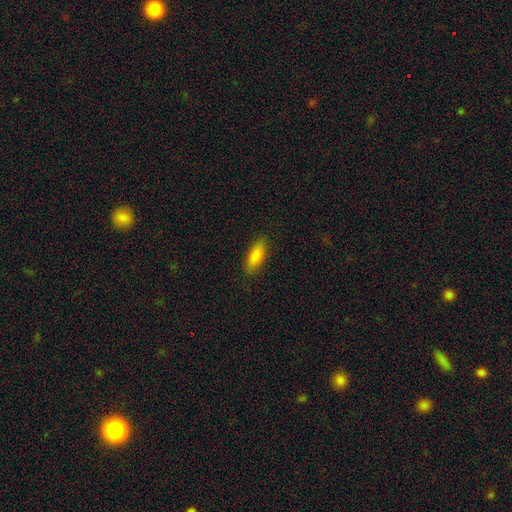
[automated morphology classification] smooth-or-featured: smooth: 85% | featured or disk: 8% | star or artifact: 7%
  how-rounded: in between: 69% | cigar-shaped: 28% | round: 2%
  merging: none: 88% | minor disturbance: 9% | major disturbance: 2% | merger: 1%